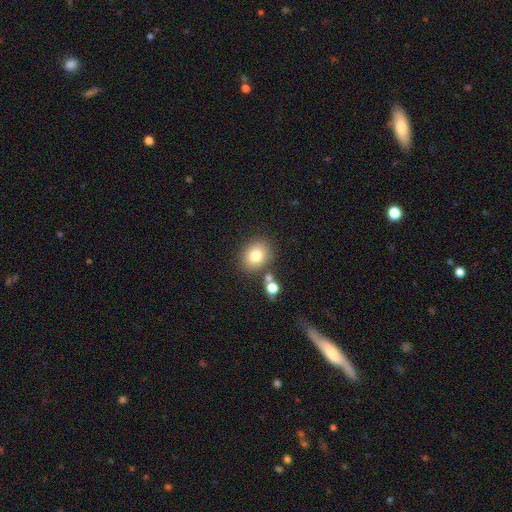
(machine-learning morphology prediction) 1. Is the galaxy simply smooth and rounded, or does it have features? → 79% smooth, 11% star or artifact, 10% featured or disk.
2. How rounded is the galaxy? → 59% round, 40% in between, 1% cigar-shaped.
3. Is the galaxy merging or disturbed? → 78% none, 10% minor disturbance, 9% merger, 3% major disturbance.